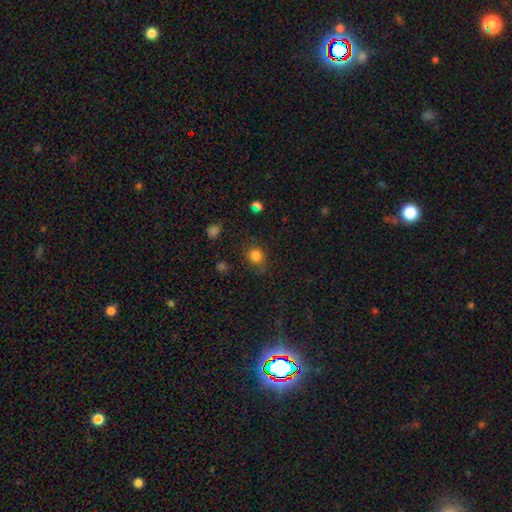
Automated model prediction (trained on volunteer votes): The model was most divided on "how rounded": round: 78%, in between: 21%, cigar-shaped: 1%. More confident: smooth or featured — smooth (80%); merging — none (76%).